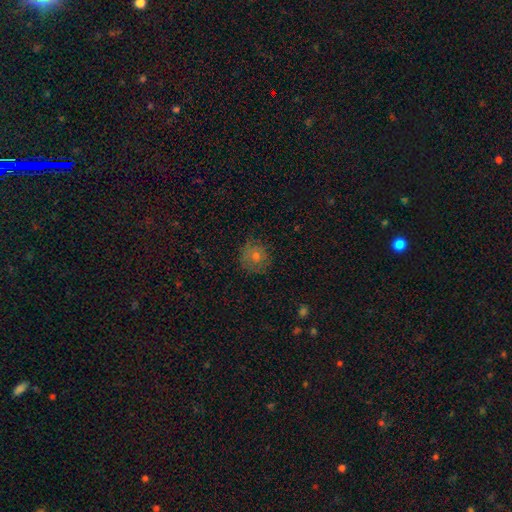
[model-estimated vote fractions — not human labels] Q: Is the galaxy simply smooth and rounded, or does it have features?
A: smooth — 59%.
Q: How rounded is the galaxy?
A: round — 92%.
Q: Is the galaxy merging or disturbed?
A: none — 80%.